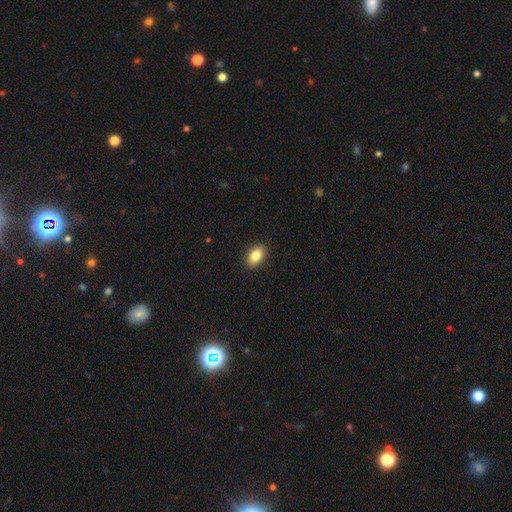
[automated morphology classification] This is clearly a smooth galaxy (84%). How rounded: clearly in between (89%). Merging: clearly none (90%).